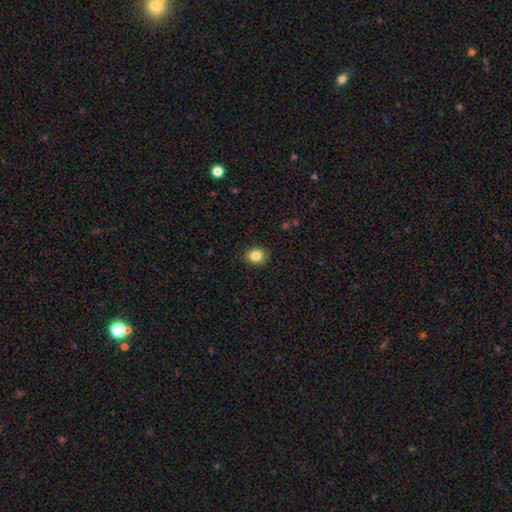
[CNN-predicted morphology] smooth_or_featured: smooth (p=0.85) [alt: star or artifact p=0.10]
how_rounded: round (p=0.69) [alt: in between p=0.30]
merging: none (p=0.89) [alt: minor disturbance p=0.08]